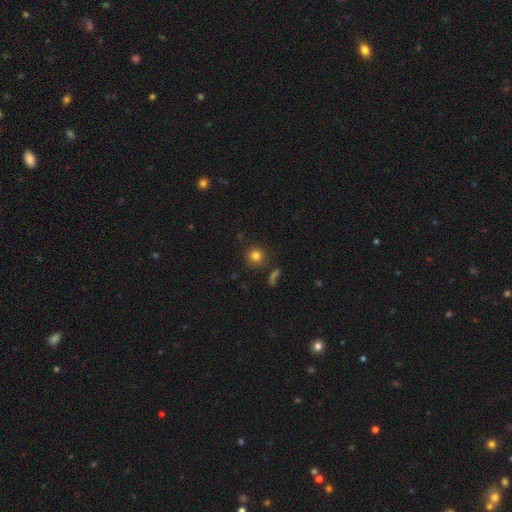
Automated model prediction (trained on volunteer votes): Morphology: type=smooth (81%); roundness=round (93%); merging=none (86%).